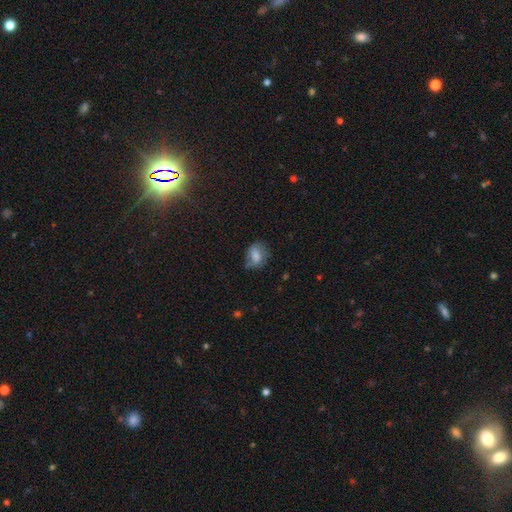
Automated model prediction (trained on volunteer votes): The model was most divided on "merging": none: 49%, minor disturbance: 33%, major disturbance: 15%, merger: 3%. More confident: smooth or featured — smooth (68%); how rounded — in between (62%).